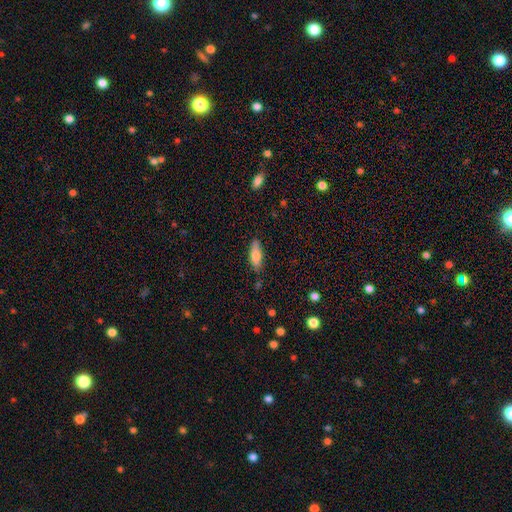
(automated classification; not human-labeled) This is likely a smooth galaxy (74%). How rounded: possibly in between (56%). Merging: likely none (80%).